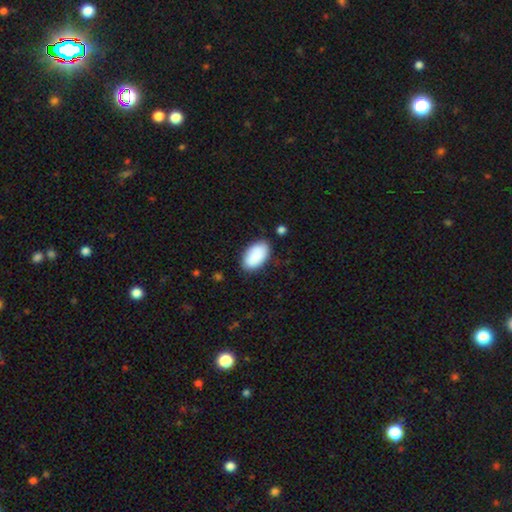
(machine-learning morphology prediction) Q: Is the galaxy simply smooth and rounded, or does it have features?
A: smooth — 90%.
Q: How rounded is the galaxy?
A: in between — 95%.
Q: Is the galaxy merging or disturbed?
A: none — 84%.